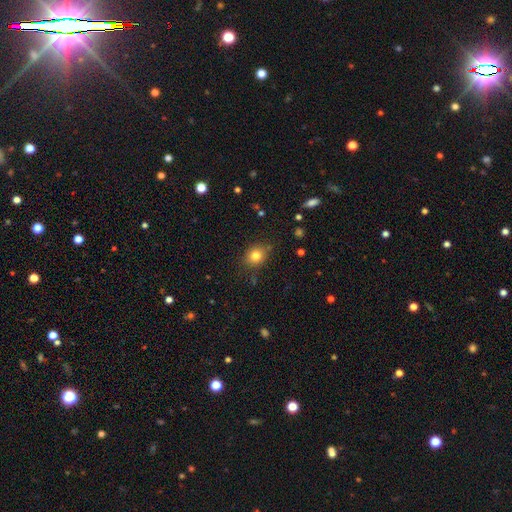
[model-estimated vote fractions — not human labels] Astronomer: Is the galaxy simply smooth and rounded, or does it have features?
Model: smooth — 81%.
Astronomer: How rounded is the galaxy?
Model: round — 63%.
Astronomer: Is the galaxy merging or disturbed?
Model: none — 81%.